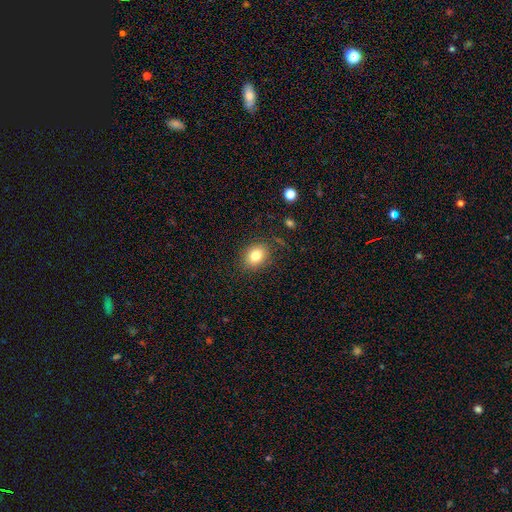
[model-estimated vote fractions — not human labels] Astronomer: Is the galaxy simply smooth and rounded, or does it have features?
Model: smooth — 80%.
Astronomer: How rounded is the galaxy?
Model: round — 51% (runner-up: in between, 48%).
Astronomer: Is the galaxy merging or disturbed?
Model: none — 84%.